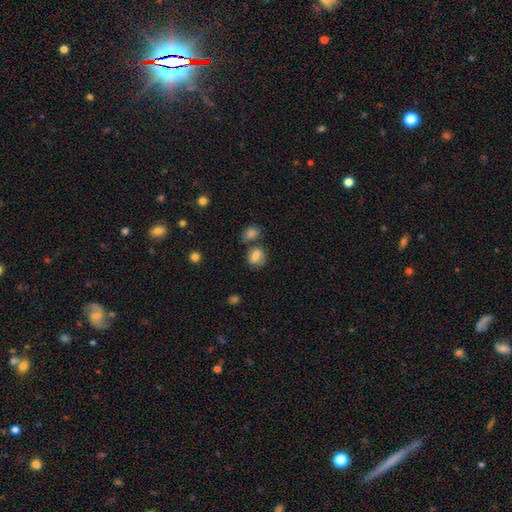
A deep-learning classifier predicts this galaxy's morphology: This is likely a smooth galaxy (73%). How rounded: possibly round (55%). Merging: possibly none (56%).